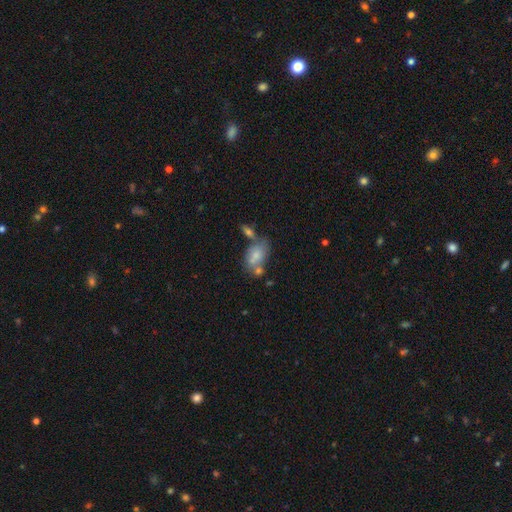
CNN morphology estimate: smooth-or-featured: smooth: 71% | featured or disk: 21% | star or artifact: 9%
  how-rounded: in between: 86% | round: 12% | cigar-shaped: 2%
  merging: none: 38% | merger: 35% | minor disturbance: 19% | major disturbance: 9%